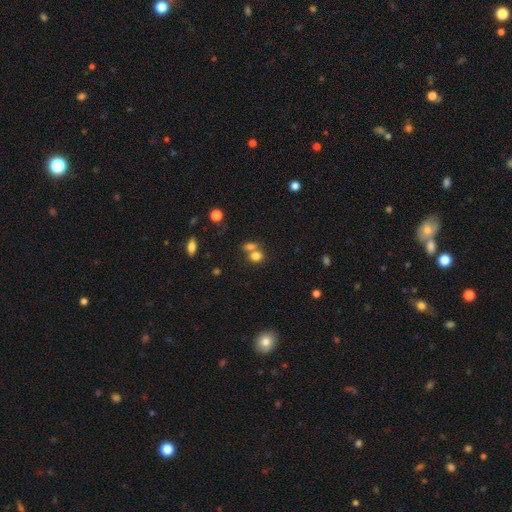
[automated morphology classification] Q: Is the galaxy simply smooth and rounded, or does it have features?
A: smooth — 77%.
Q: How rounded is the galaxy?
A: round — 55%.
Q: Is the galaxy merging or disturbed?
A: merger — 47%.